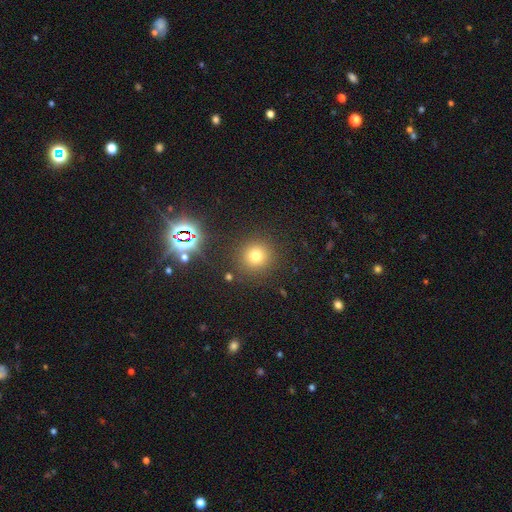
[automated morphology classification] A smooth galaxy with no disk features (71%) that is round (93%). Merging: none (87%).